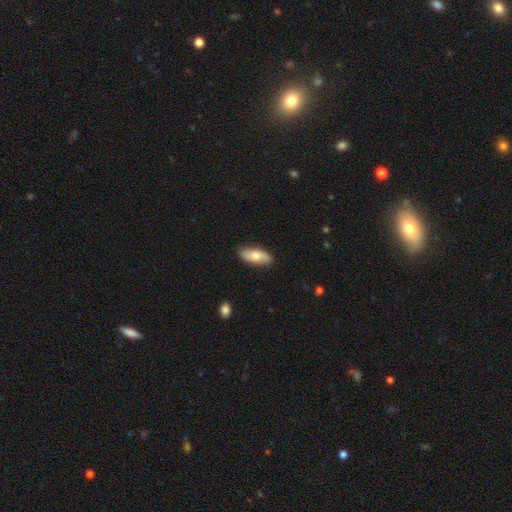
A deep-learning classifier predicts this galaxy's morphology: Overall: smooth (72%). How rounded: in between (80%). Merging: none (85%).